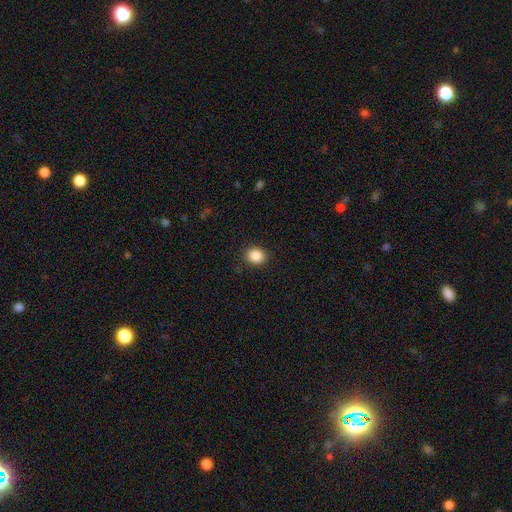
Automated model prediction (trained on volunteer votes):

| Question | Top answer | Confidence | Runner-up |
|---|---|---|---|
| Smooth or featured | smooth | 87% | star or artifact (9%) |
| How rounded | round | 67% | in between (32%) |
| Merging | none | 89% | minor disturbance (7%) |